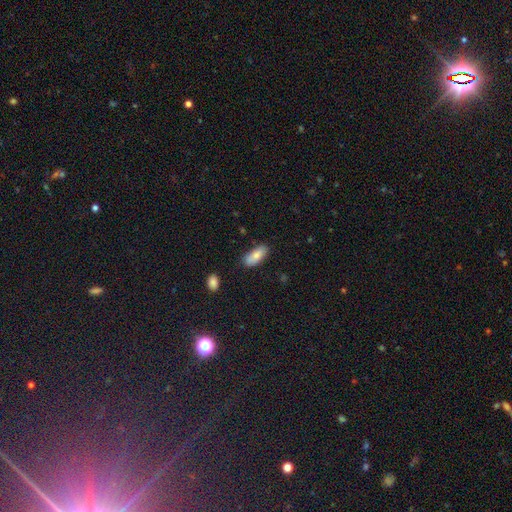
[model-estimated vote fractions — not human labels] smooth 82%, featured or disk 11%, star or artifact 6%. Down the decision tree: how rounded — in between (83%); merging — none (81%).